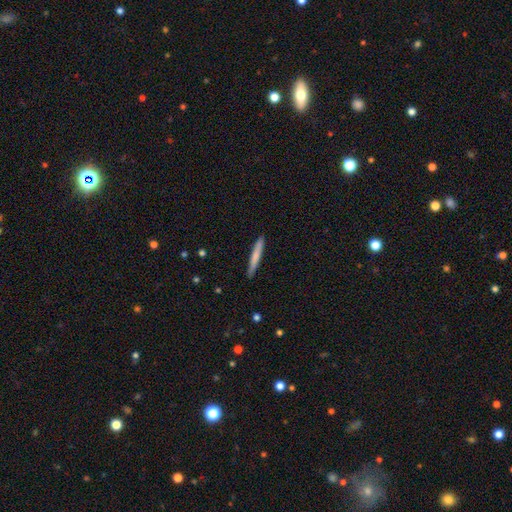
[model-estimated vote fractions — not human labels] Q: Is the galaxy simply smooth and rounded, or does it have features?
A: smooth — 70%.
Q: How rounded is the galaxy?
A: cigar-shaped — 96%.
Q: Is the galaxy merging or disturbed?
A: none — 90%.